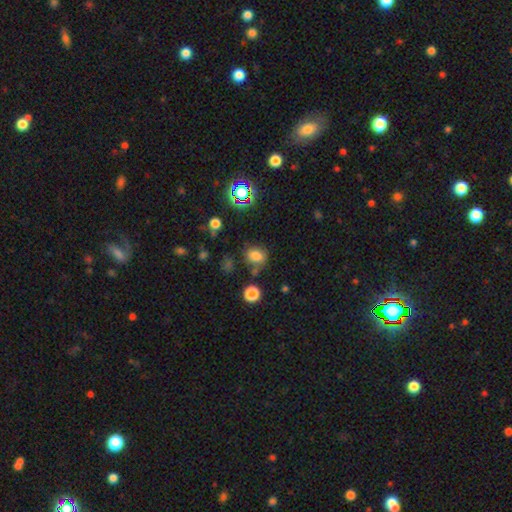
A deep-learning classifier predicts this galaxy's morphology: type=smooth (75%); roundness=in between (50%); merging=none (69%).